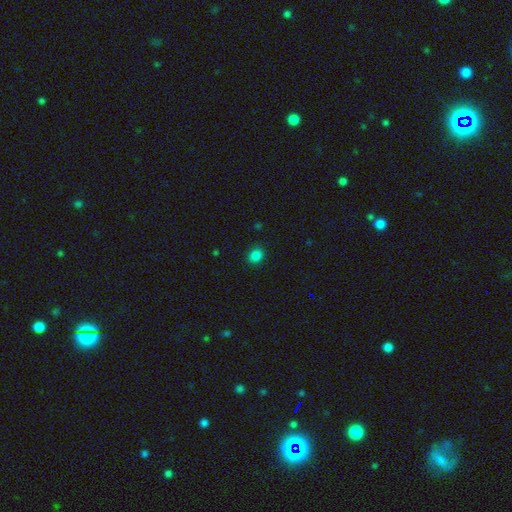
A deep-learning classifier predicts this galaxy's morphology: The model was most divided on "how rounded": round: 65%, in between: 34%, cigar-shaped: 1%. More confident: merging — none (90%); smooth or featured — smooth (83%).